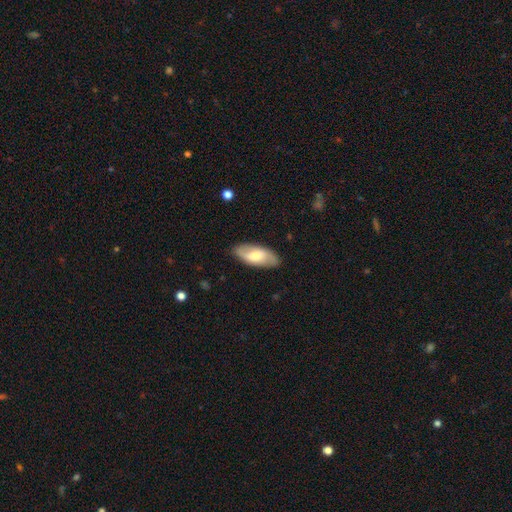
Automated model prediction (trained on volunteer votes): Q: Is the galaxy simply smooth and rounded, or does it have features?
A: smooth — 51%.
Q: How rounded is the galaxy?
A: in between — 85%.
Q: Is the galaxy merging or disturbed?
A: none — 85%.